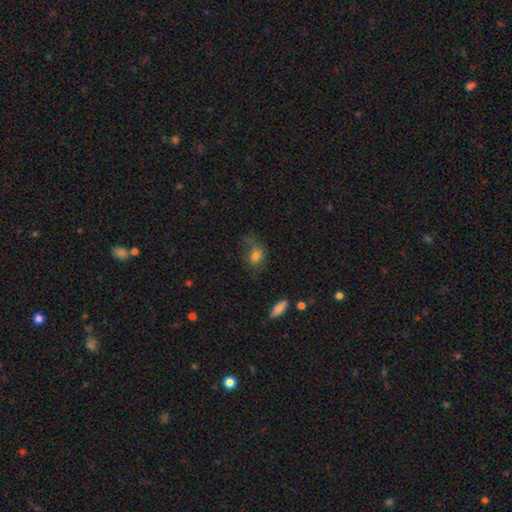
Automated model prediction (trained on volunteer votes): Overall: smooth (68%). How rounded: in between (74%). Merging: none (41%; major disturbance 31%).